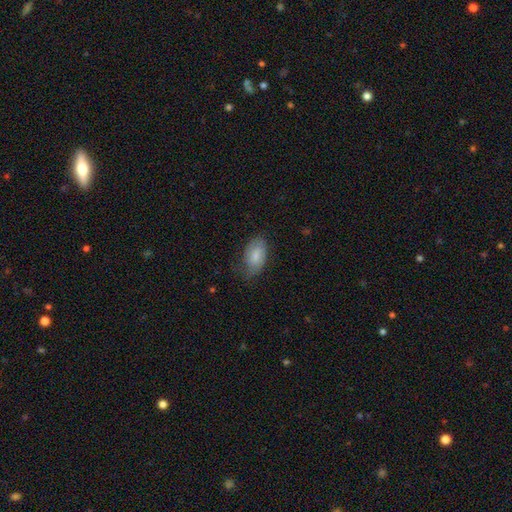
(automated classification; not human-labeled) Smooth or featured: smooth — 74% (featured or disk — 20%)
How rounded: in between — 93% (round — 5%)
Merging: none — 59% (minor disturbance — 30%)